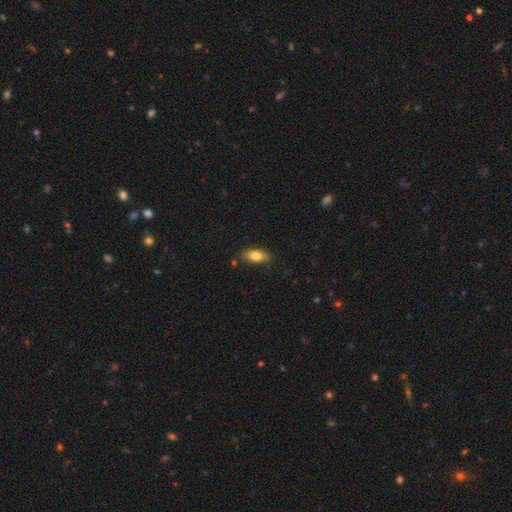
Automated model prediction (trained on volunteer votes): Smooth or featured? smooth (77%)
How rounded? in between (82%)
Merging? none (82%)